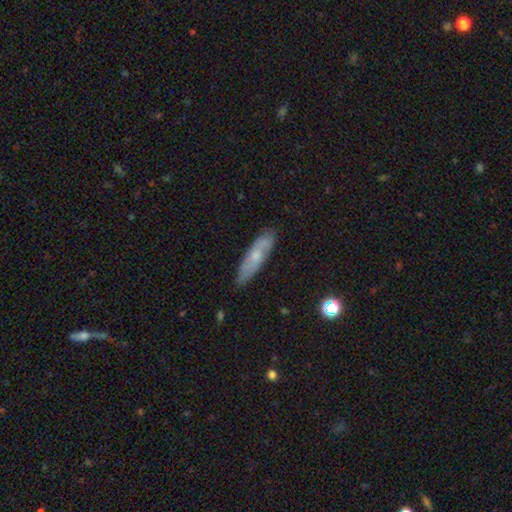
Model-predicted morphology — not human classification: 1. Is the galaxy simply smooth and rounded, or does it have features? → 52% smooth, 40% featured or disk, 7% star or artifact.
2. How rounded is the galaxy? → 67% cigar-shaped, 30% in between, 2% round.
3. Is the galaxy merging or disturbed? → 79% none, 17% minor disturbance, 3% major disturbance, 2% merger.